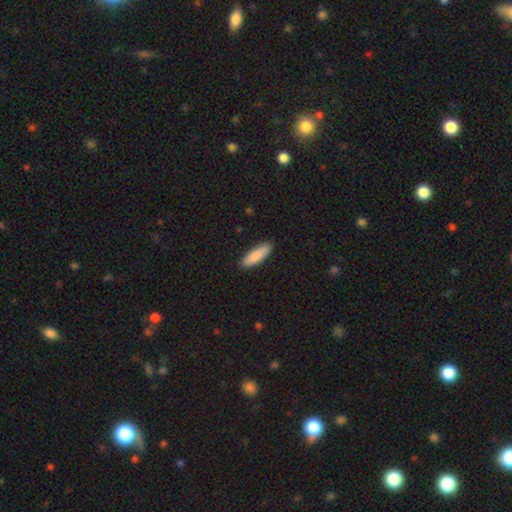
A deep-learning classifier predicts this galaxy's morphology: smooth 88%, featured or disk 7%, star or artifact 5%. Down the decision tree: how rounded — cigar-shaped (50%); merging — none (89%).